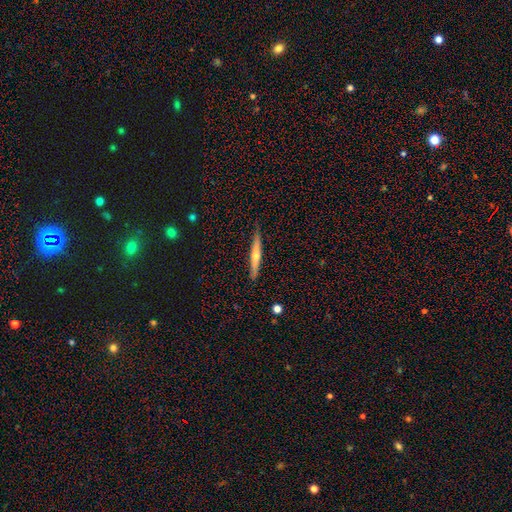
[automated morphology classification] type=featured or disk (57%); edge-on=yes (96%); edge-on bulge=rounded (80%); merging=none (87%).